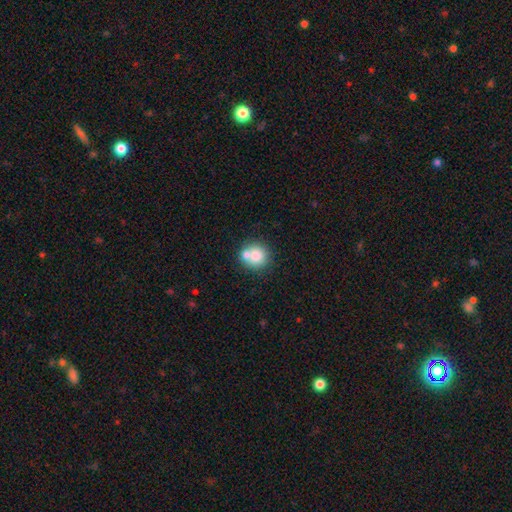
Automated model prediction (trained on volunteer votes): Smooth or featured: smooth — 77% (featured or disk — 13%)
How rounded: round — 88% (in between — 11%)
Merging: none — 56% (merger — 31%)